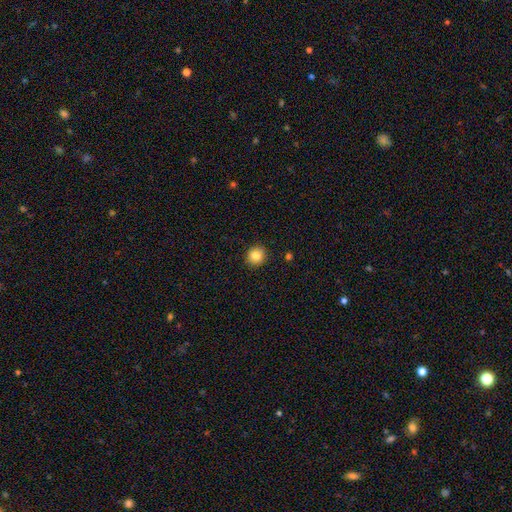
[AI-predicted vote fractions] Q: Smooth or featured?
A: smooth (85%); runner-up: star or artifact (10%)
Q: How rounded?
A: round (93%); runner-up: in between (7%)
Q: Merging?
A: none (92%); runner-up: minor disturbance (6%)